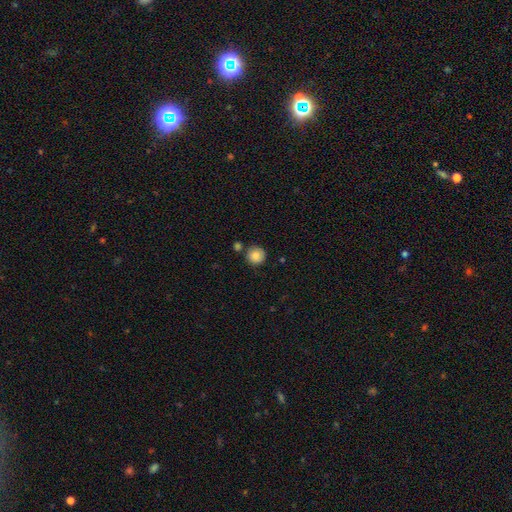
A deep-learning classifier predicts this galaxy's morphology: Smooth or featured? smooth (85%)
How rounded? round (94%)
Merging? none (79%)